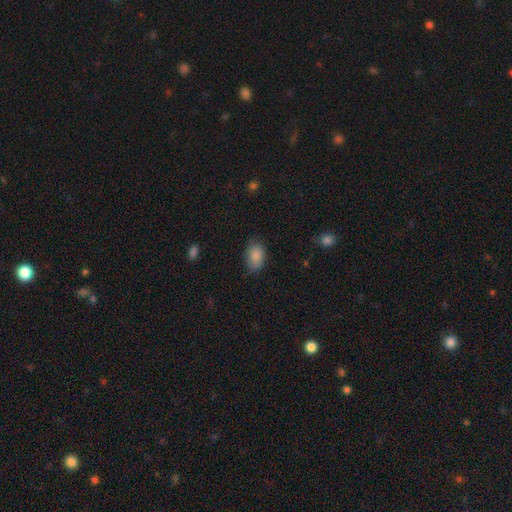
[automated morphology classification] Q: Smooth or featured?
A: smooth (86%); runner-up: star or artifact (8%)
Q: How rounded?
A: in between (82%); runner-up: round (16%)
Q: Merging?
A: none (73%); runner-up: minor disturbance (21%)